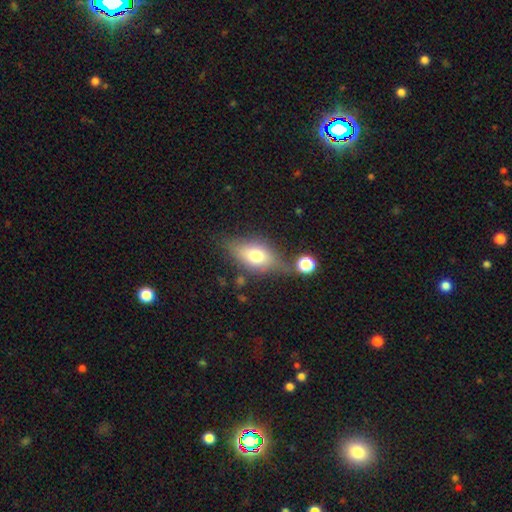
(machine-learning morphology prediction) Smooth or featured?
  - smooth: 62% *
  - featured or disk: 29%
  - star or artifact: 9%
How rounded?
  - in between: 79% *
  - round: 12%
  - cigar-shaped: 9%
Merging?
  - none: 55% *
  - minor disturbance: 23%
  - merger: 12%
  - major disturbance: 10%